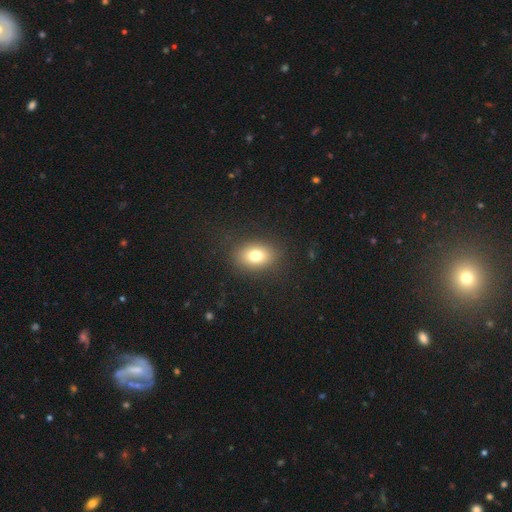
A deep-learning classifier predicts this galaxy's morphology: smooth_or_featured: smooth (p=0.77) [alt: featured or disk p=0.12]
how_rounded: in between (p=0.72) [alt: round p=0.26]
merging: none (p=0.86) [alt: minor disturbance p=0.09]